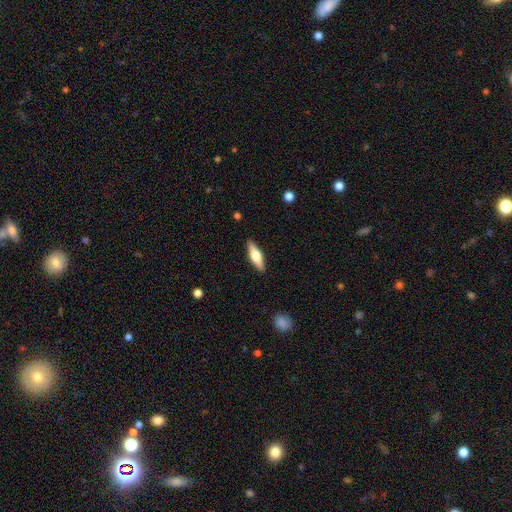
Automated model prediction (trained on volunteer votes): Morphology: type=featured or disk (50%); merging=none (89%).